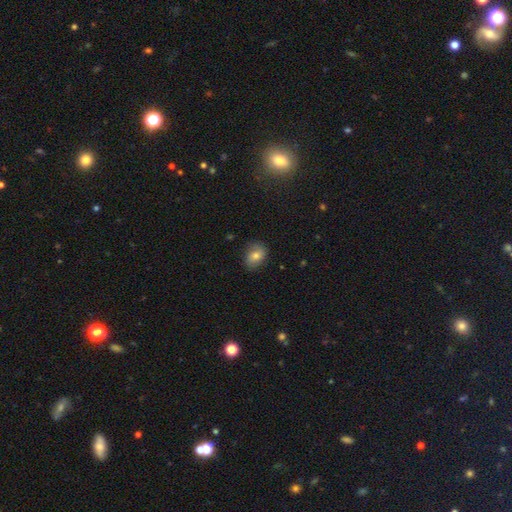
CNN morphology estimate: Smooth or featured?
  - smooth: 69% *
  - featured or disk: 21%
  - star or artifact: 10%
How rounded?
  - in between: 61% *
  - round: 37%
  - cigar-shaped: 1%
Merging?
  - none: 74% *
  - minor disturbance: 20%
  - major disturbance: 5%
  - merger: 1%